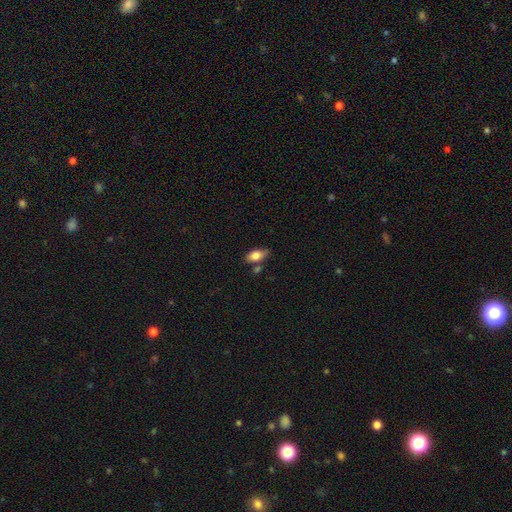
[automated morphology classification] Smooth or featured? Predicted: smooth (p=0.81). How rounded? Predicted: in between (p=0.89). Merging? Predicted: none (p=0.66).